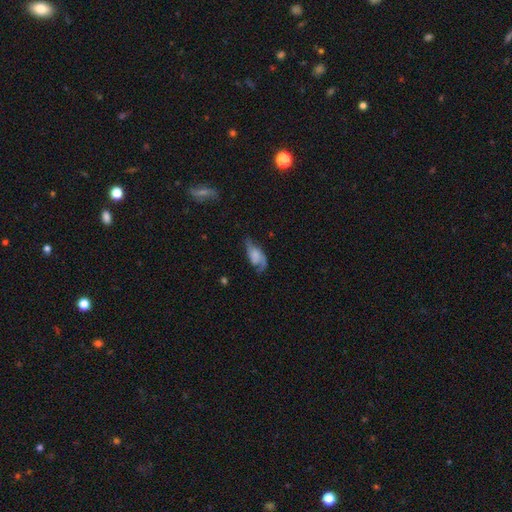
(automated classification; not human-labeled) This appears to be a featured or disk galaxy (57%) with no bar (68%), spiral arms (85%) and no central bulge (43%). Merging: none (46%).